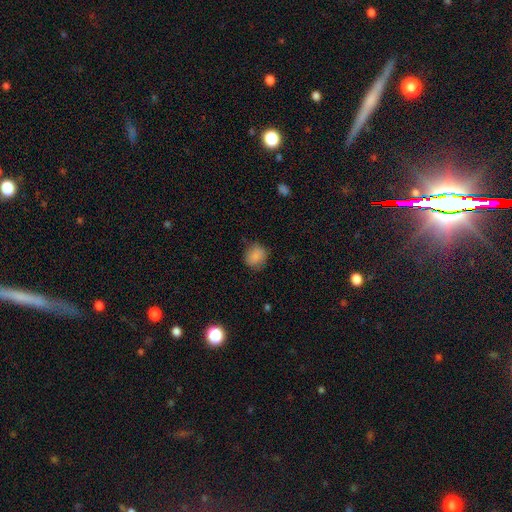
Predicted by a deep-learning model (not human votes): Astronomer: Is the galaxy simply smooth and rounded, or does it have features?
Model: smooth — 85%.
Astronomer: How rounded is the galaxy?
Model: round — 73%.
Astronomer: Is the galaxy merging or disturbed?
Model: none — 78%.